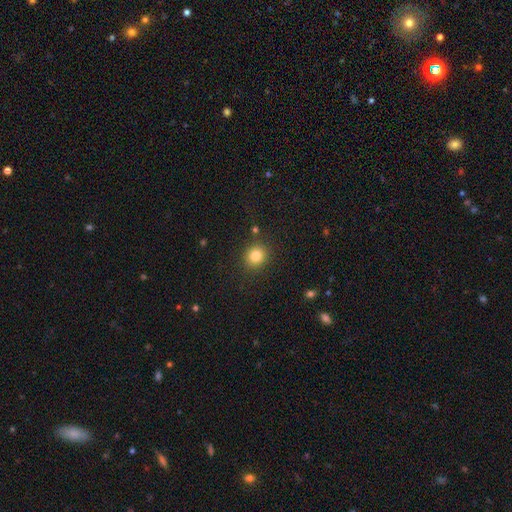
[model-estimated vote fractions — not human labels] This is clearly a smooth galaxy (82%). How rounded: clearly round (83%). Merging: clearly none (88%).